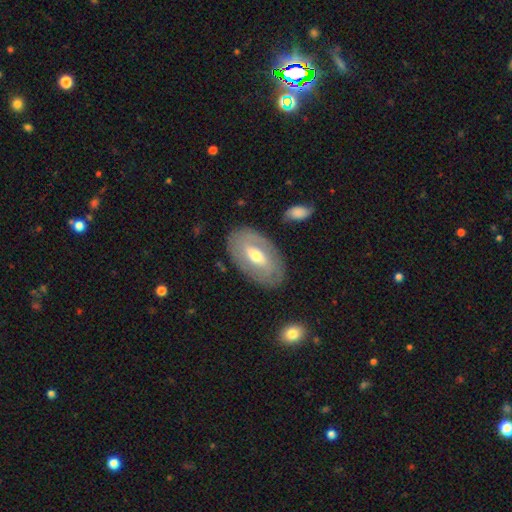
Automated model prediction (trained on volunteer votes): Q: Smooth or featured?
A: featured or disk (61%); runner-up: smooth (33%)
Q: Edge-on disk?
A: no (91%); runner-up: yes (9%)
Q: Bar?
A: weak (42%); runner-up: no (36%)
Q: Spiral arms?
A: yes (53%); runner-up: no (47%)
Q: Bulge size?
A: moderate (62%); runner-up: small (31%)
Q: Merging?
A: none (82%); runner-up: minor disturbance (12%)